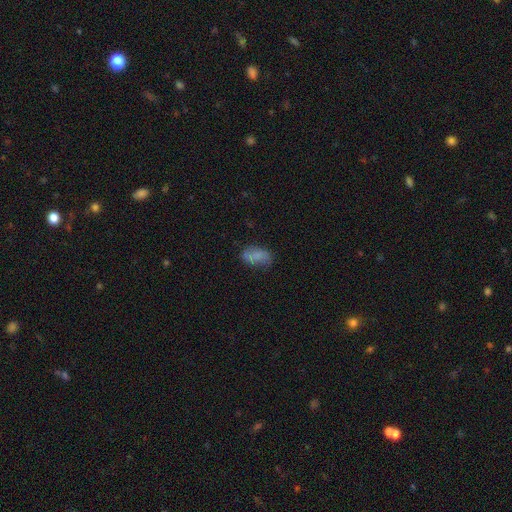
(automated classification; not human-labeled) Overall: smooth (70%). How rounded: in between (90%). Merging: none (58%; minor disturbance 25%).